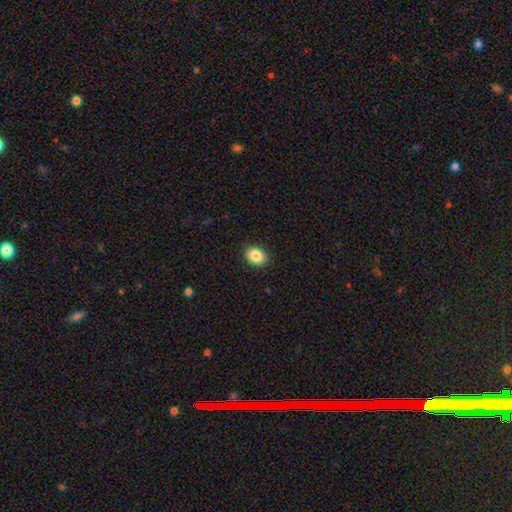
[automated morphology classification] The model was most divided on "how rounded": in between: 65%, round: 35%, cigar-shaped: 1%. More confident: merging — none (90%); smooth or featured — smooth (86%).